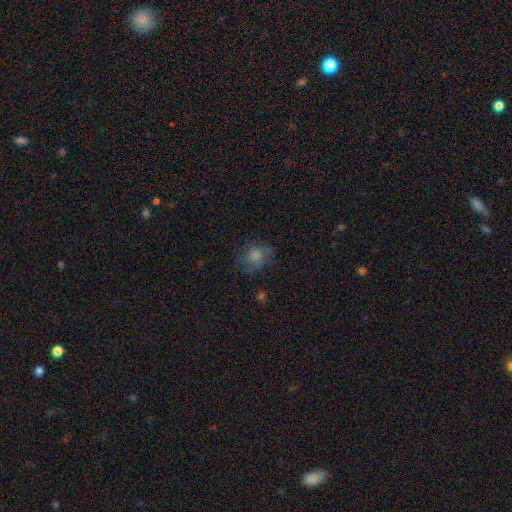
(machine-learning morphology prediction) Smooth or featured? Predicted: smooth (p=0.66). How rounded? Predicted: round (p=0.67). Merging? Predicted: none (p=0.56).